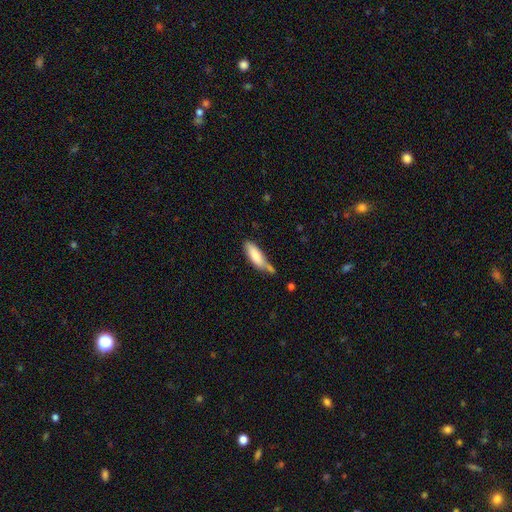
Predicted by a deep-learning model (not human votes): smooth 80%, featured or disk 14%, star or artifact 6%. Down the decision tree: how rounded — in between (51%); merging — none (47%).